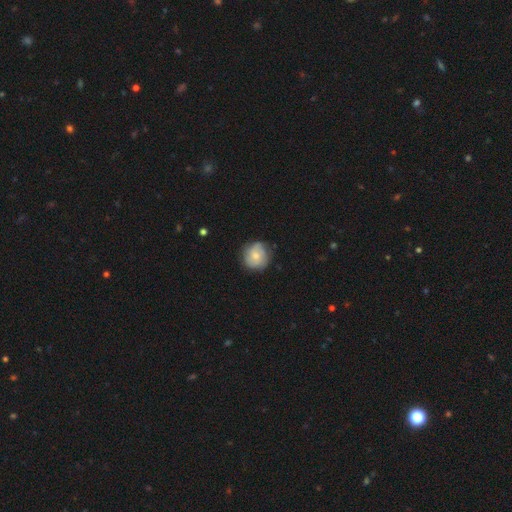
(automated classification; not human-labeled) smooth-or-featured: smooth: 59% | featured or disk: 34% | star or artifact: 7%
  how-rounded: round: 88% | in between: 11% | cigar-shaped: 1%
  merging: none: 76% | minor disturbance: 19% | major disturbance: 5% | merger: 1%